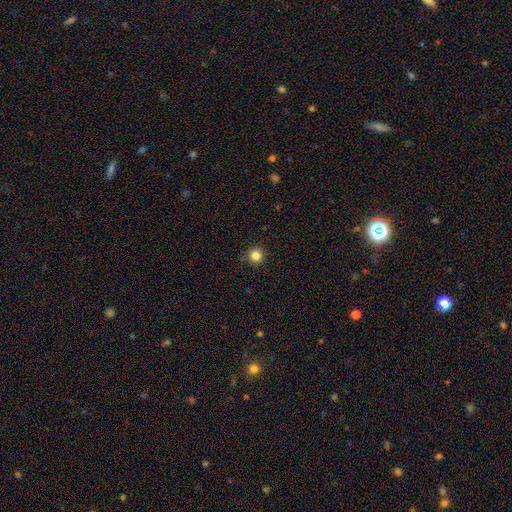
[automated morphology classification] The model was most divided on "smooth or featured": smooth: 84%, star or artifact: 12%, featured or disk: 4%. More confident: how rounded — round (95%); merging — none (92%).